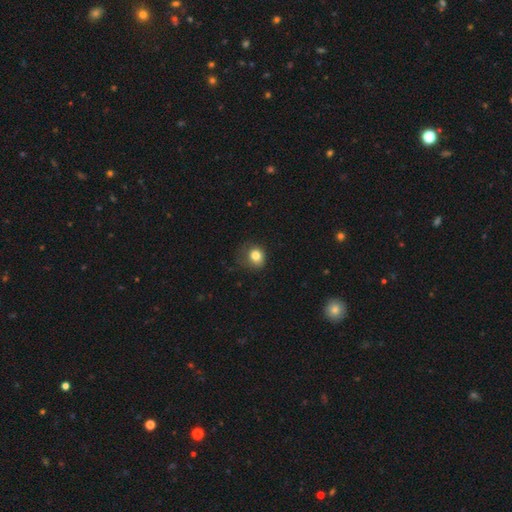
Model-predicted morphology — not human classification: Smooth or featured?
  - smooth: 81% *
  - star or artifact: 11%
  - featured or disk: 9%
How rounded?
  - round: 69% *
  - in between: 30%
  - cigar-shaped: 1%
Merging?
  - none: 56% *
  - minor disturbance: 28%
  - major disturbance: 15%
  - merger: 2%